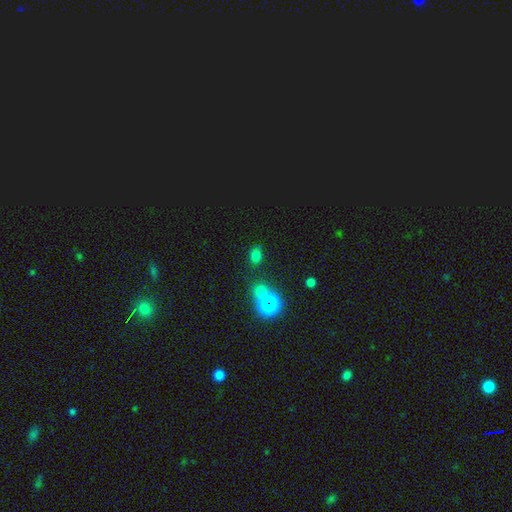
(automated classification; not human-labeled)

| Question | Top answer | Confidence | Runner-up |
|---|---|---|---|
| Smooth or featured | smooth | 69% | star or artifact (25%) |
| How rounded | in between | 60% | round (38%) |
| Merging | none | 76% | minor disturbance (12%) |